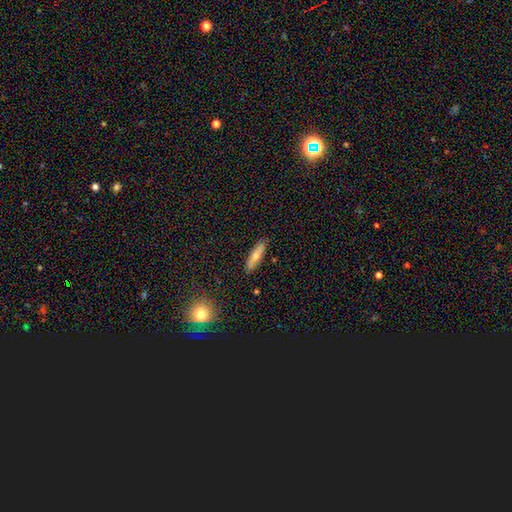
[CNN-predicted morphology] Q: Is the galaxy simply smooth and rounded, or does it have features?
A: smooth — 64%.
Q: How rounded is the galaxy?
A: cigar-shaped — 72%.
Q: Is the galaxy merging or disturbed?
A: none — 89%.